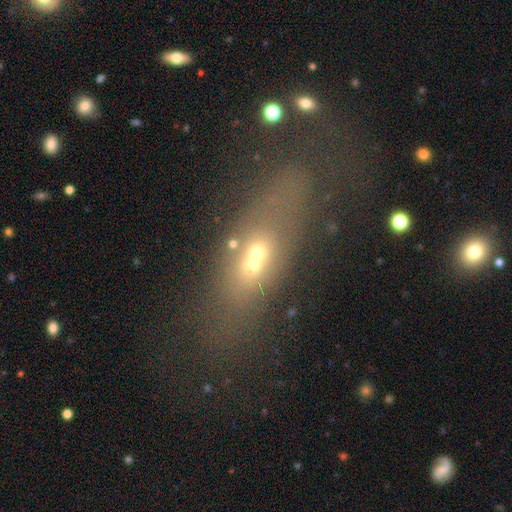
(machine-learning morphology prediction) Smooth or featured?
  - smooth: 44% *
  - featured or disk: 37%
  - star or artifact: 19%
Merging?
  - none: 40% *
  - merger: 34%
  - minor disturbance: 13%
  - major disturbance: 13%